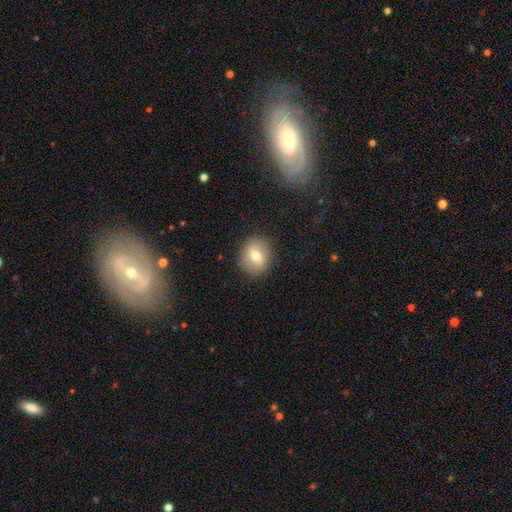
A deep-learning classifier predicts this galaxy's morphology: A smooth galaxy with no disk features (63%) that is round (71%). Merging: none (85%).